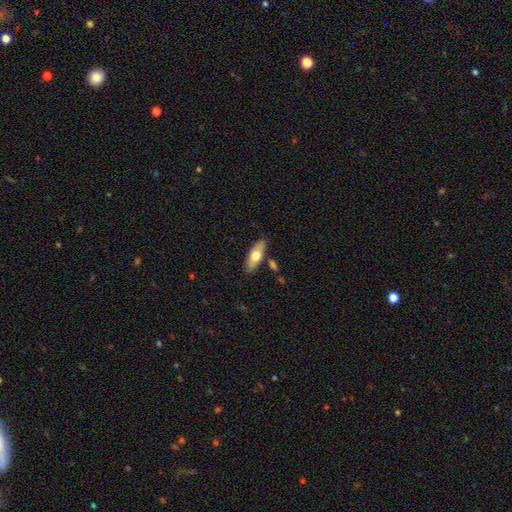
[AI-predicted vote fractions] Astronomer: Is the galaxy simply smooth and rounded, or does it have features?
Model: smooth — 64%.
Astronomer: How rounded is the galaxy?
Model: in between — 70%.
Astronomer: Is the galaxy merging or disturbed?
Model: none — 82%.